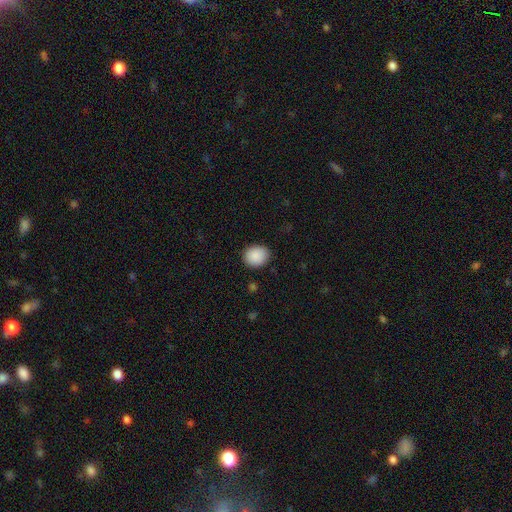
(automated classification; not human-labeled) Smooth or featured?
  - smooth: 90% *
  - star or artifact: 8%
  - featured or disk: 3%
How rounded?
  - round: 62% *
  - in between: 37%
  - cigar-shaped: 1%
Merging?
  - none: 87% *
  - minor disturbance: 9%
  - major disturbance: 2%
  - merger: 1%